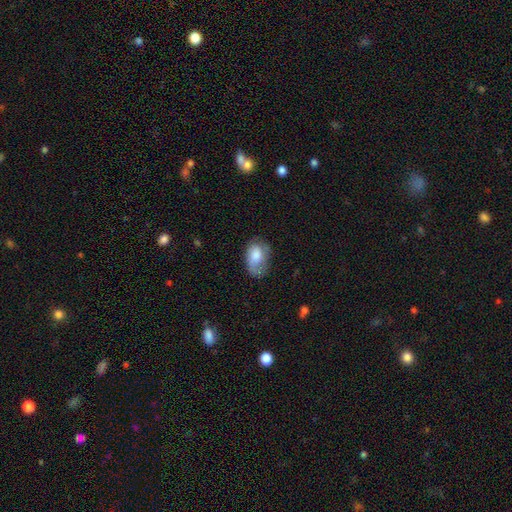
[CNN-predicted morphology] Smooth or featured: smooth — 70% (featured or disk — 23%)
How rounded: in between — 88% (round — 10%)
Merging: none — 46% (minor disturbance — 33%)